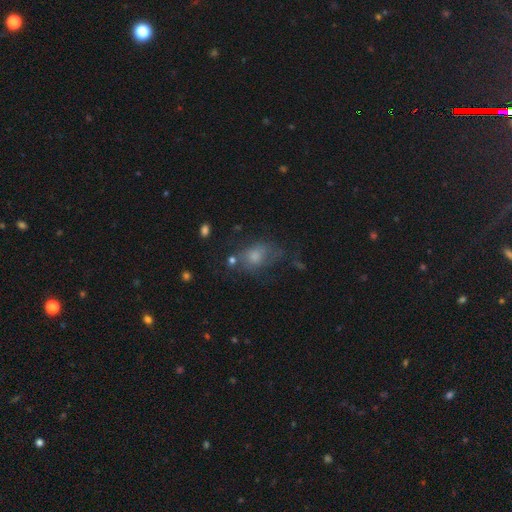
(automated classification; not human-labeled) A smooth galaxy with no disk features (63%) that is in between round and cigar-shaped (75%).

Vote fractions:
- Smooth or featured? smooth: 63% / featured or disk: 25% / star or artifact: 12%
- How rounded? in between: 75% / round: 23% / cigar-shaped: 2%
- Merging? none: 39% / minor disturbance: 27% / major disturbance: 27% / merger: 7%